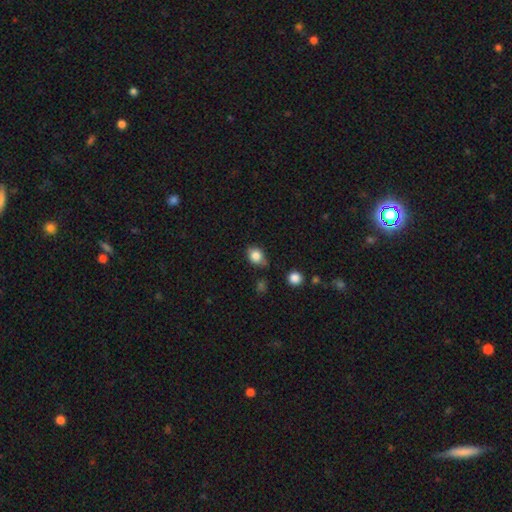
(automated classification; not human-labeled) Smooth or featured? Predicted: smooth (p=0.83). How rounded? Predicted: round (p=0.54). Merging? Predicted: none (p=0.66).